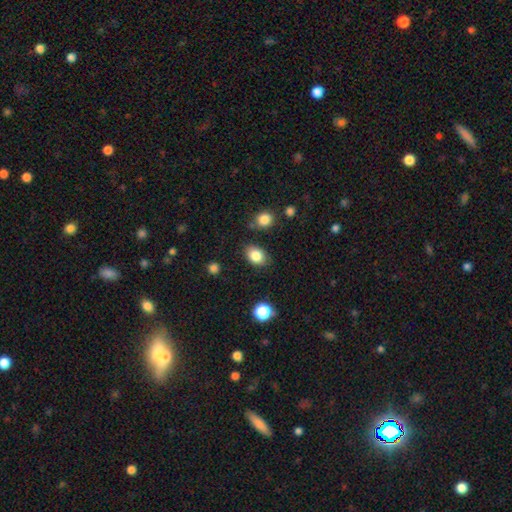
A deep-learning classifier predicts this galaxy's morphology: This appears to be a smooth galaxy with no disk features (83%) that is in between round and cigar-shaped (76%). Merging: none (80%).